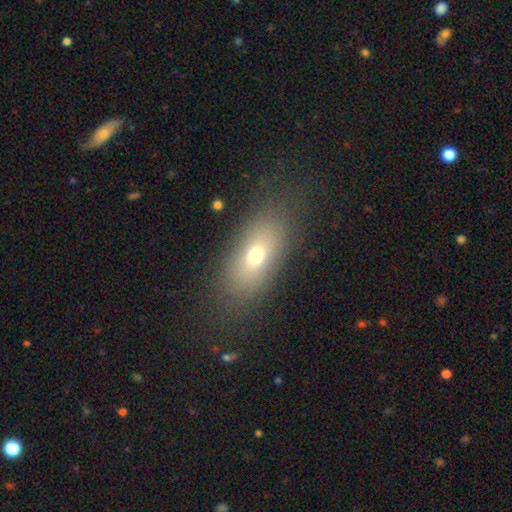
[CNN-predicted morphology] This appears to be a smooth galaxy with no disk features (68%) that is in between round and cigar-shaped (79%). Merging: none (81%).